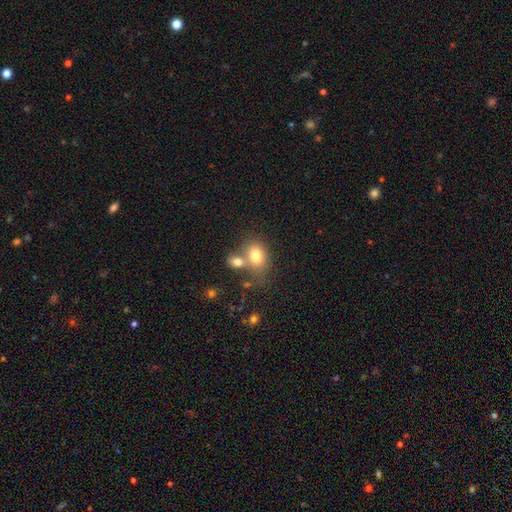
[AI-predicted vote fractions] Smooth or featured? Predicted: smooth (p=0.77). How rounded? Predicted: in between (p=0.70). Merging? Predicted: merger (p=0.43).